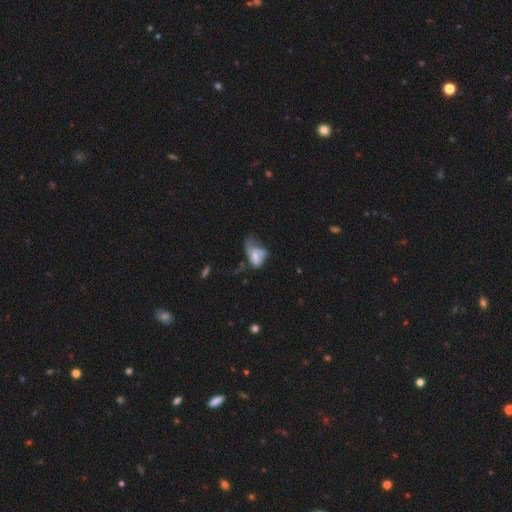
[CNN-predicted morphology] smooth-or-featured: smooth: 51% | featured or disk: 39% | star or artifact: 10%
  how-rounded: in between: 83% | round: 15% | cigar-shaped: 2%
  merging: major disturbance: 46% | minor disturbance: 25% | none: 17% | merger: 11%